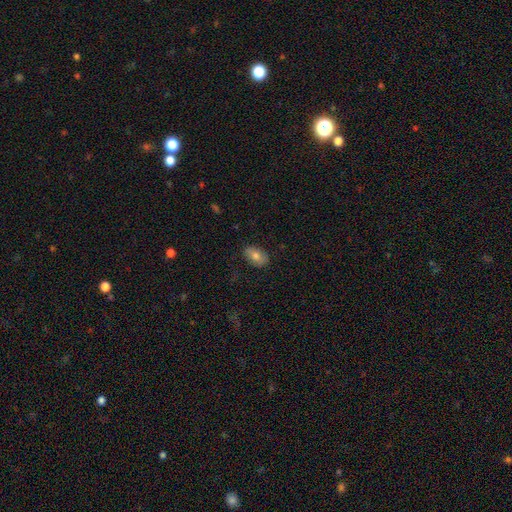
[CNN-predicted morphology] Overall: smooth (74%). How rounded: in between (89%). Merging: none (84%).